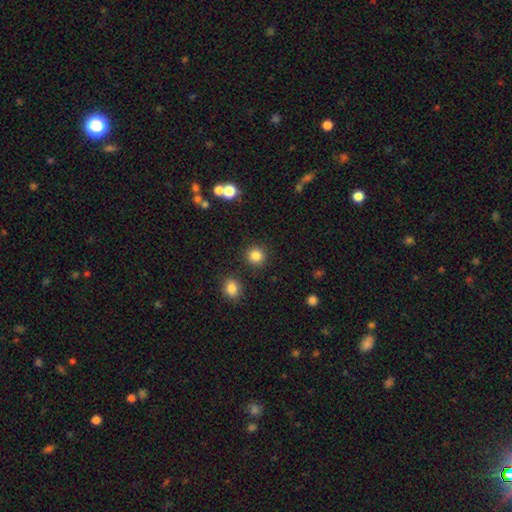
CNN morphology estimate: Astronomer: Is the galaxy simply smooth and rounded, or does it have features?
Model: smooth — 85%.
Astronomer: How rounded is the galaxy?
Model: round — 92%.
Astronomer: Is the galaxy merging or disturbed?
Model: none — 90%.